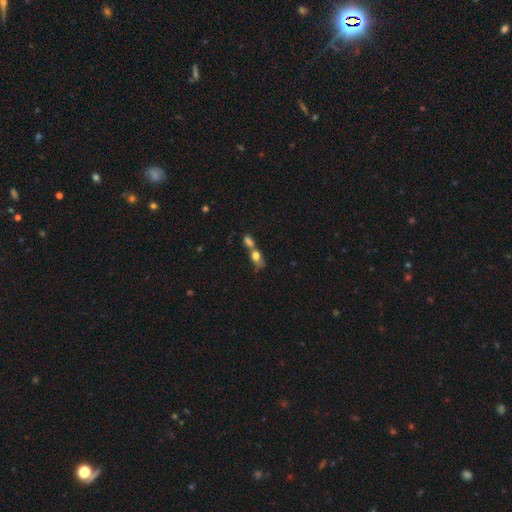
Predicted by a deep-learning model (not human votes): Overall: smooth (70%). How rounded: in between (64%; round 25%). Merging: merger (65%).